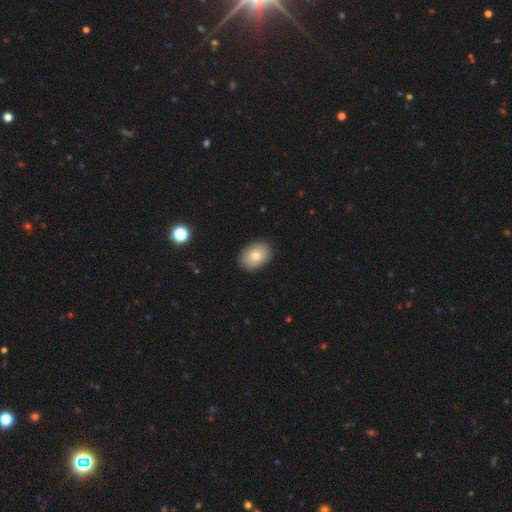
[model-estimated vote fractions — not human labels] Morphology: type=smooth (82%); roundness=in between (85%); merging=none (89%).